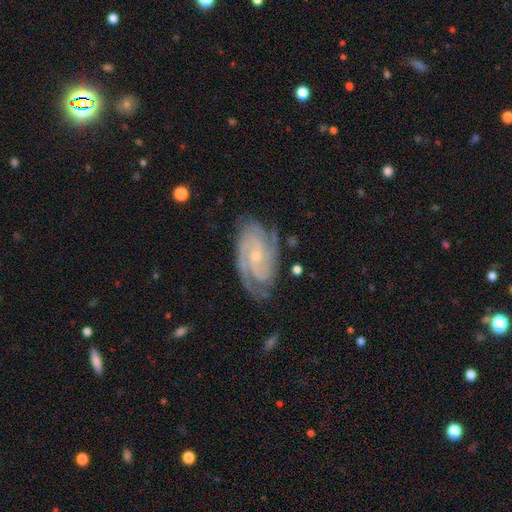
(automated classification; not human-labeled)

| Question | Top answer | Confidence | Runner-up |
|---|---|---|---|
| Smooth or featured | featured or disk | 90% | smooth (5%) |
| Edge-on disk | no | 96% | yes (4%) |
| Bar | no | 62% | weak (30%) |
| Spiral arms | yes | 98% | no (2%) |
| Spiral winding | tight | 67% | medium (28%) |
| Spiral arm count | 2 | 46% | 3 (23%) |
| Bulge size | small | 70% | moderate (27%) |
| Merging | none | 75% | minor disturbance (18%) |